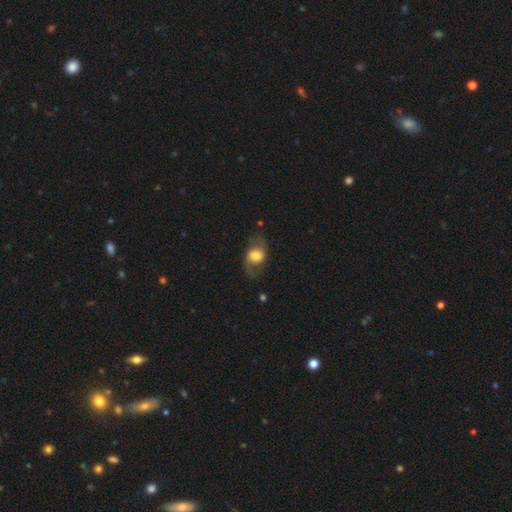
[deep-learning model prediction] Q: Smooth or featured?
A: featured or disk (53%); runner-up: smooth (40%)
Q: Edge-on disk?
A: no (93%); runner-up: yes (7%)
Q: Merging?
A: none (69%); runner-up: minor disturbance (18%)